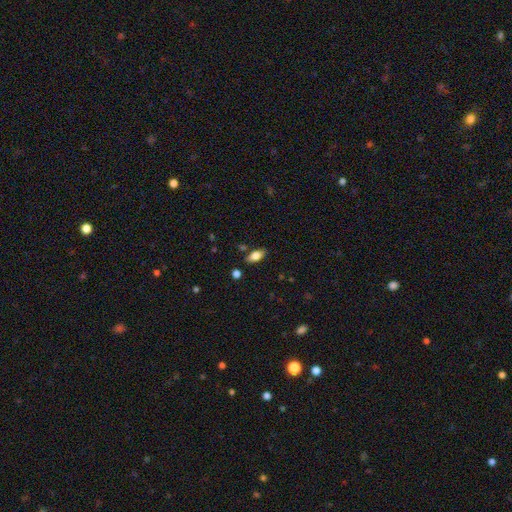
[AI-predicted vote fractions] Overall: smooth (78%). How rounded: in between (89%). Merging: none (83%).